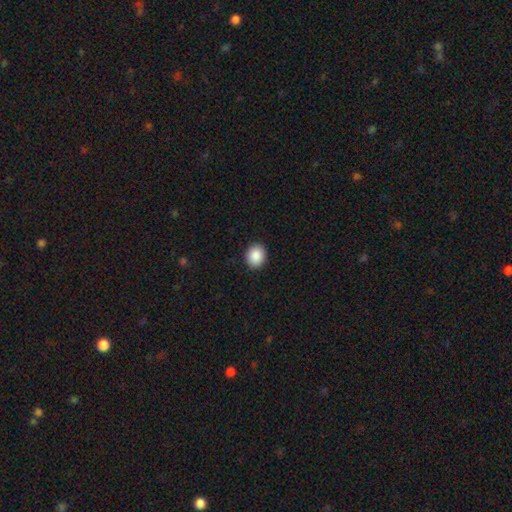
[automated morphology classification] This is clearly a smooth galaxy (89%). How rounded: likely round (64%). Merging: clearly none (91%).